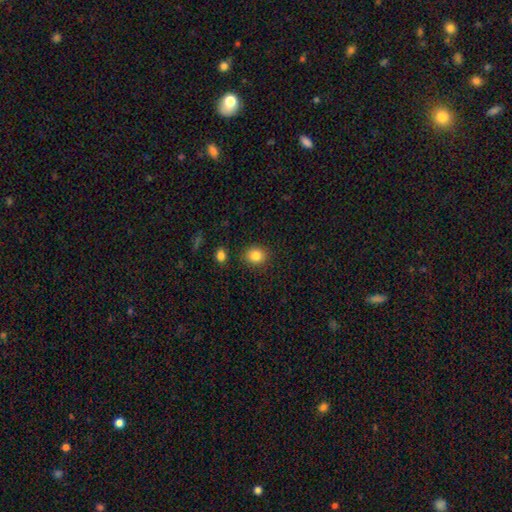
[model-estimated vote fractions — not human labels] This is clearly a smooth galaxy (85%). How rounded: likely round (70%). Merging: clearly none (88%).